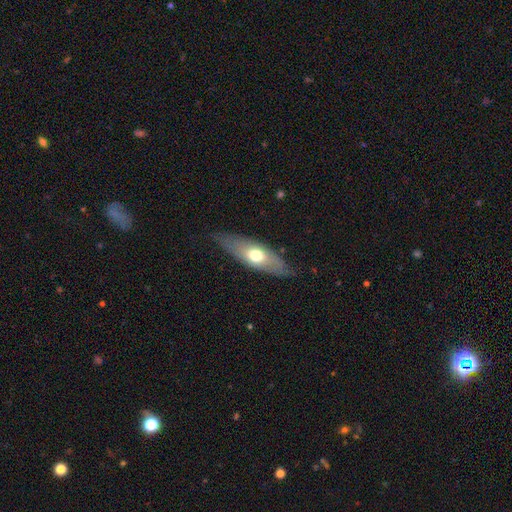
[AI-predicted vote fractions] This appears to be a smooth galaxy with no disk features (54%) that is in between round and cigar-shaped (63%). Merging: none (77%).